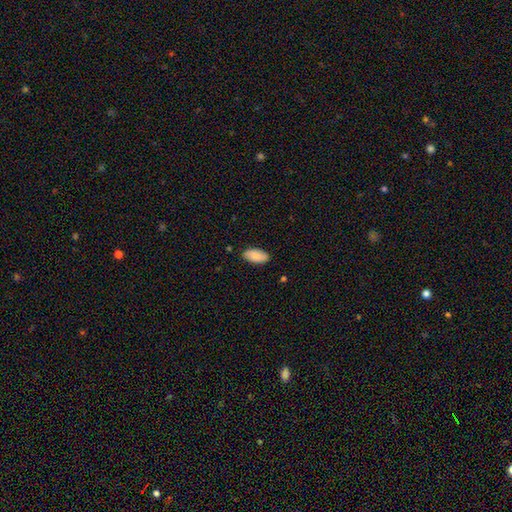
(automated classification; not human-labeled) Smooth or featured: smooth — 85% (featured or disk — 9%)
How rounded: in between — 94% (cigar-shaped — 4%)
Merging: none — 87% (minor disturbance — 10%)